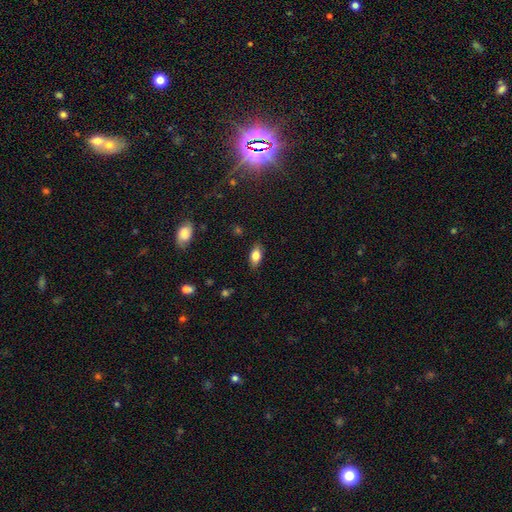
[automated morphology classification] A smooth galaxy with no disk features (79%) that is in between round and cigar-shaped (87%). Merging: none (84%).